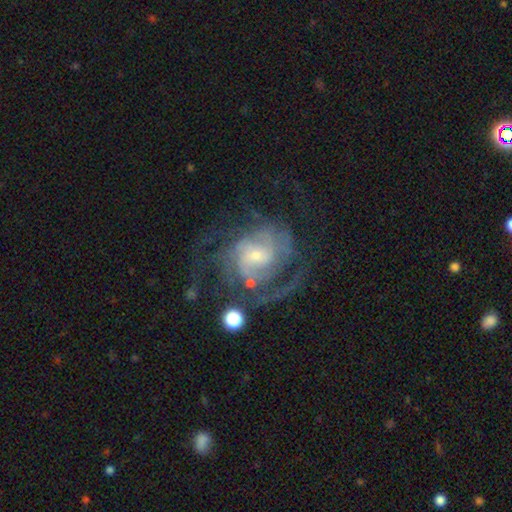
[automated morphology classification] type=featured or disk (87%); edge-on=no (98%); bar=no (50%); spiral arms=yes (95%); winding=medium (44%); arm count=2 (28%, tied with can't tell); bulge=small (67%); merging=none (54%).